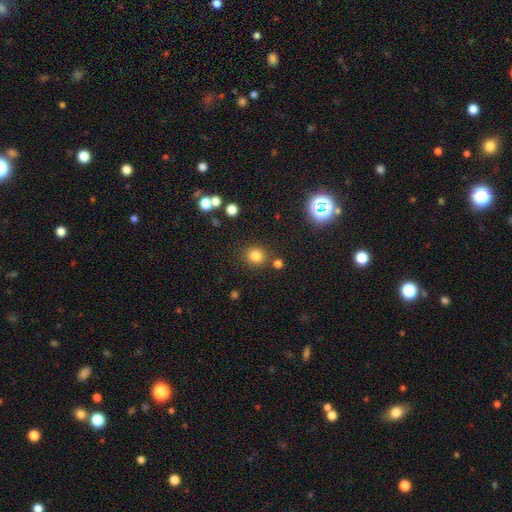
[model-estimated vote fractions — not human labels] Morphology: type=smooth (81%); roundness=round (86%); merging=none (82%).